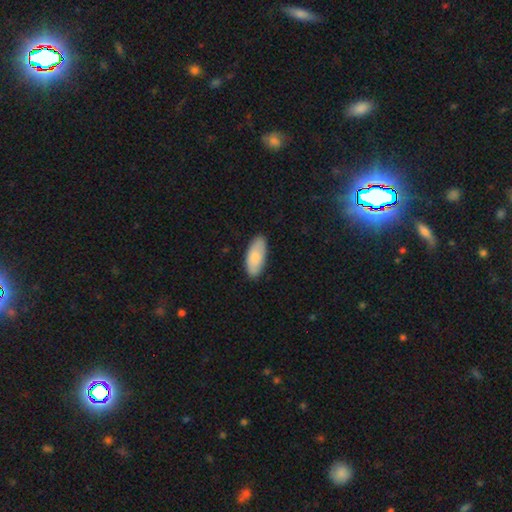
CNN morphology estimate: type=smooth (80%); roundness=in between (89%); merging=none (86%).